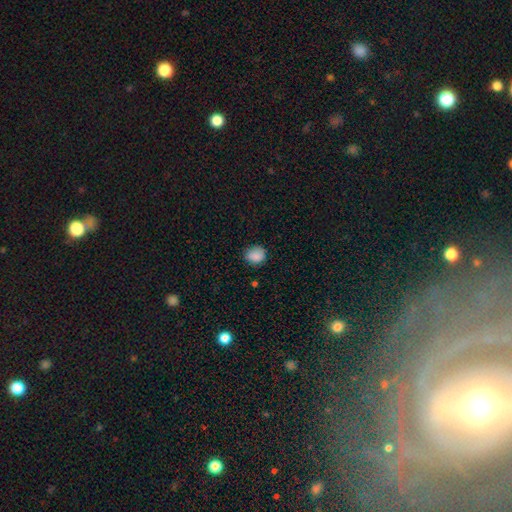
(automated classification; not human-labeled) This appears to be a smooth galaxy with no disk features (87%) that is round (69%). Merging: none (81%).